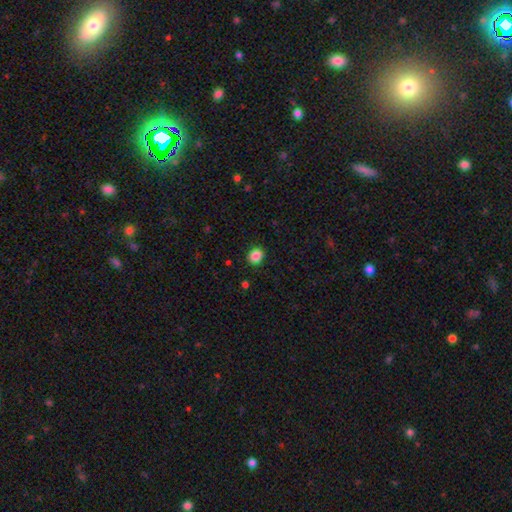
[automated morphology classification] Overall: smooth (86%). How rounded: round (70%). Merging: none (90%).